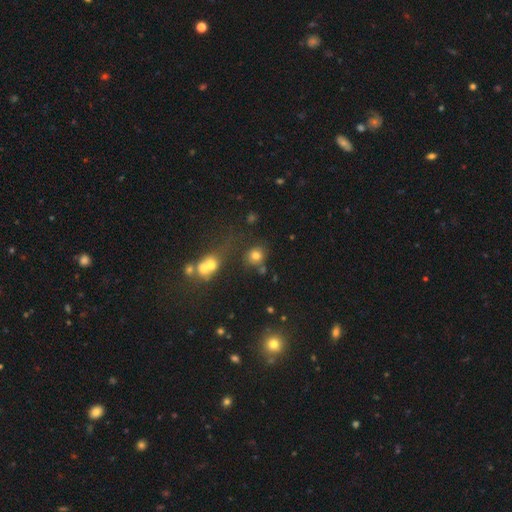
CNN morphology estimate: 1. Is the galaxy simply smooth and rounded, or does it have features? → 74% smooth, 16% star or artifact, 10% featured or disk.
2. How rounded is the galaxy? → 83% round, 16% in between, 1% cigar-shaped.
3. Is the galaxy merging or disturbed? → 63% none, 17% merger, 13% minor disturbance, 7% major disturbance.